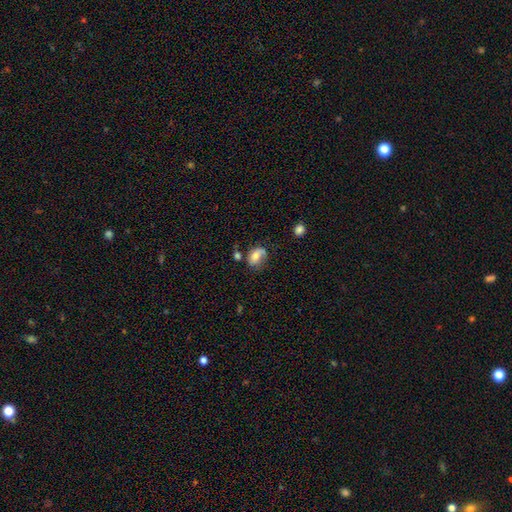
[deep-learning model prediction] The model was most divided on "merging": none: 47%, minor disturbance: 29%, major disturbance: 17%, merger: 8%. More confident: how rounded — in between (75%); smooth or featured — smooth (56%).